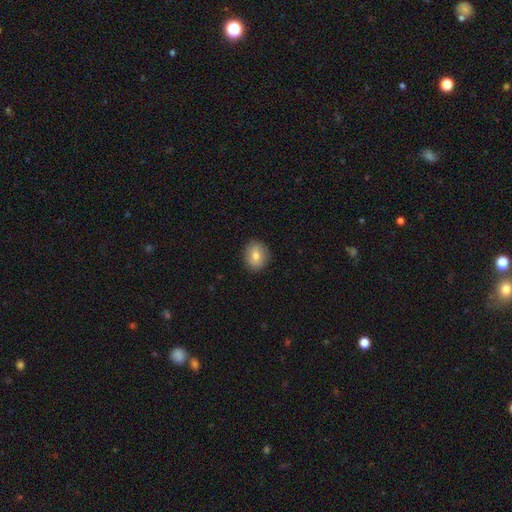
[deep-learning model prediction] Smooth or featured: smooth — 79% (featured or disk — 13%)
How rounded: round — 69% (in between — 30%)
Merging: none — 89% (minor disturbance — 8%)